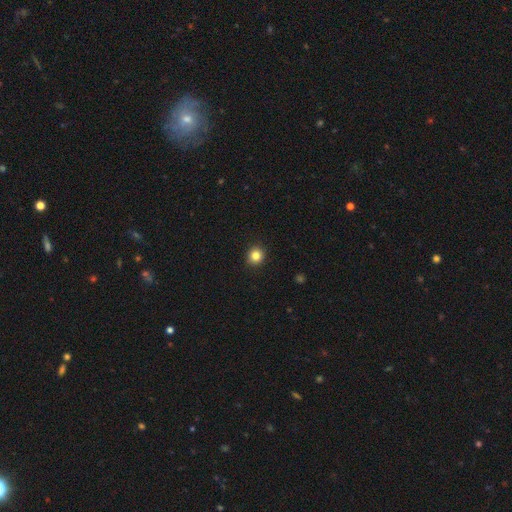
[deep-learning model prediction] Smooth or featured? smooth (84%)
How rounded? round (91%)
Merging? none (93%)